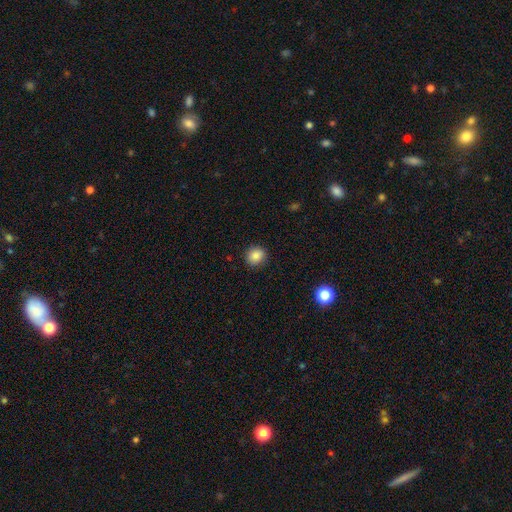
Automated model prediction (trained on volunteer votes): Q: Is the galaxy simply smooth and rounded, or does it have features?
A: smooth — 85%.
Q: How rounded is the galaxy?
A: round — 83%.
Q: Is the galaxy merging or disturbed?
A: none — 91%.